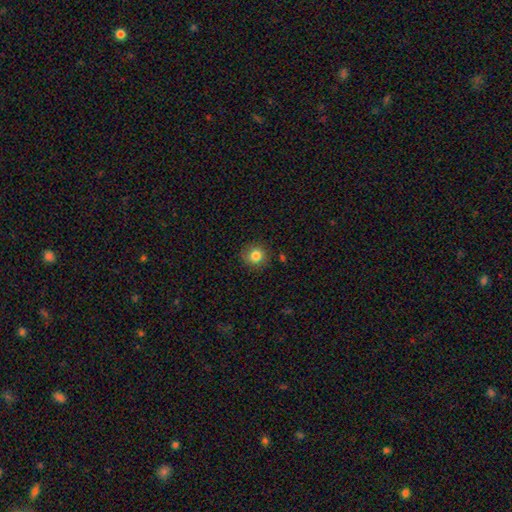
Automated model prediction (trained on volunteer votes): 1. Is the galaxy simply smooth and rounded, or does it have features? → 83% smooth, 11% star or artifact, 6% featured or disk.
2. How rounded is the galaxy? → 90% round, 9% in between, 1% cigar-shaped.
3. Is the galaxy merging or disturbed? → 86% none, 10% minor disturbance, 2% major disturbance, 2% merger.